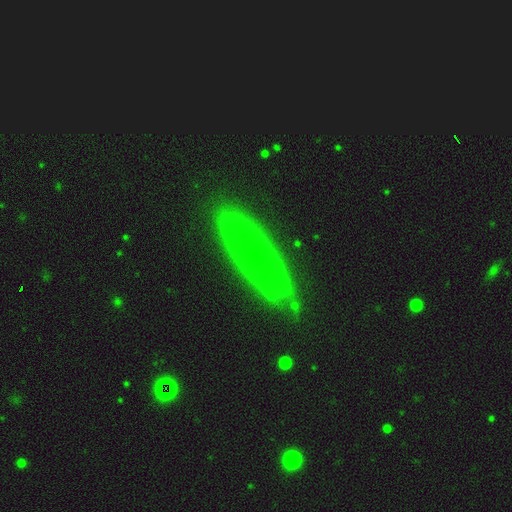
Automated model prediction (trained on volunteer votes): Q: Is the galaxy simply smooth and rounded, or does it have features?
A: featured or disk — 47%.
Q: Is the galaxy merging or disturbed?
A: none — 84%.